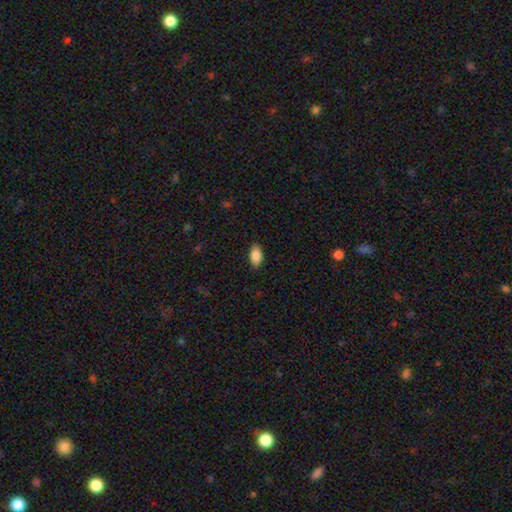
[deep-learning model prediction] This appears to be a smooth galaxy with no disk features (87%) that is in between round and cigar-shaped (93%). Merging: none (88%).